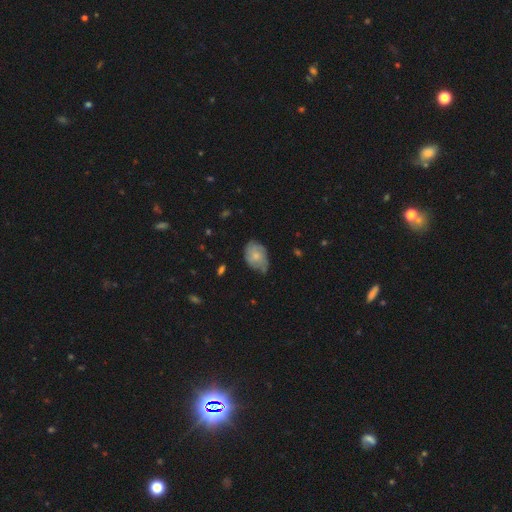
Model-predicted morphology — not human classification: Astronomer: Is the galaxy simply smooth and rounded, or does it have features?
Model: smooth — 55% (runner-up: featured or disk, 38%).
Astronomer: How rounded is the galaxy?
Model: in between — 77%.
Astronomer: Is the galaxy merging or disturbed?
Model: none — 56% (runner-up: minor disturbance, 33%).